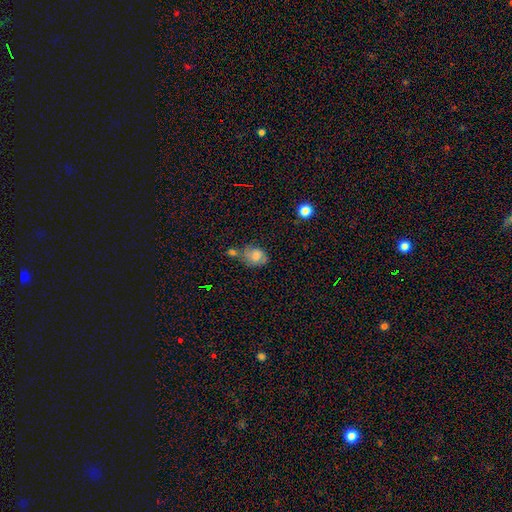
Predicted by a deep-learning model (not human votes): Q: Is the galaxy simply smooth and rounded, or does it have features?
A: smooth — 69%.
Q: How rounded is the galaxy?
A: in between — 63%.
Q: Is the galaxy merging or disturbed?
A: none — 42%.